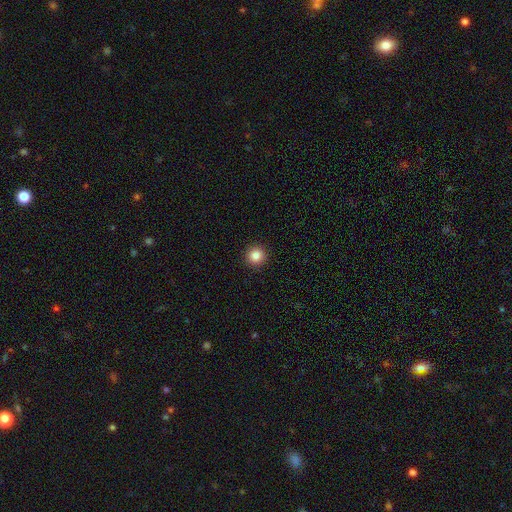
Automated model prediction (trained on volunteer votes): smooth-or-featured: smooth: 85% | star or artifact: 11% | featured or disk: 5%
  how-rounded: round: 96% | in between: 4% | cigar-shaped: 1%
  merging: none: 93% | minor disturbance: 4% | major disturbance: 2% | merger: 1%